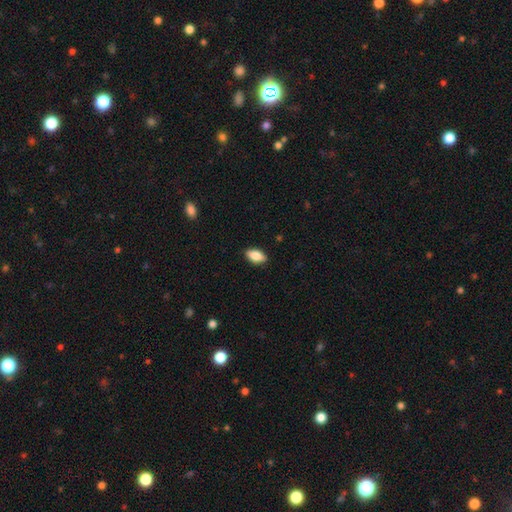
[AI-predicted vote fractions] Overall: smooth (84%). How rounded: in between (90%). Merging: none (87%).